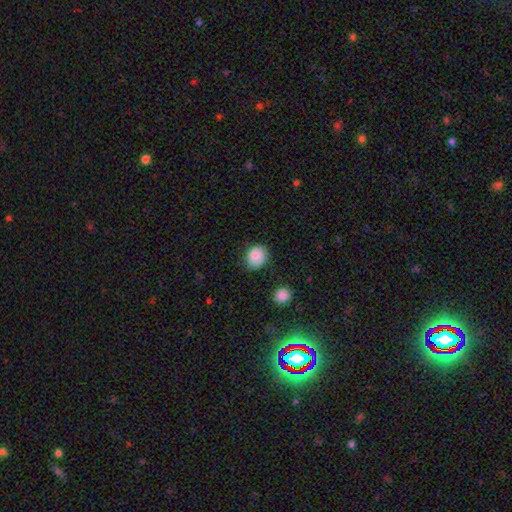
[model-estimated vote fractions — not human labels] smooth 84%, star or artifact 8%, featured or disk 8%. Down the decision tree: how rounded — round (60%); merging — none (72%).